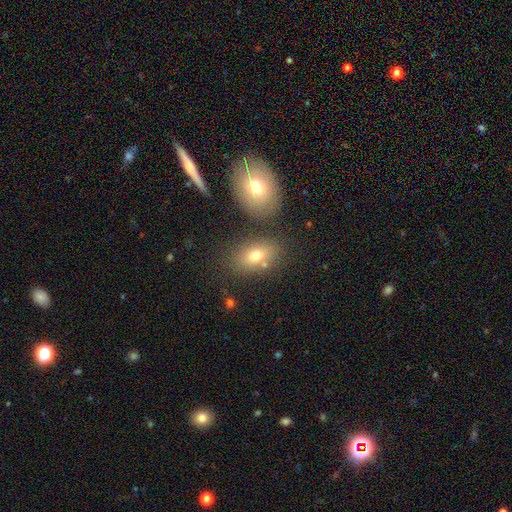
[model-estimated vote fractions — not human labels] A smooth galaxy with no disk features (68%) that is in between round and cigar-shaped (80%). Merging: none (69%).